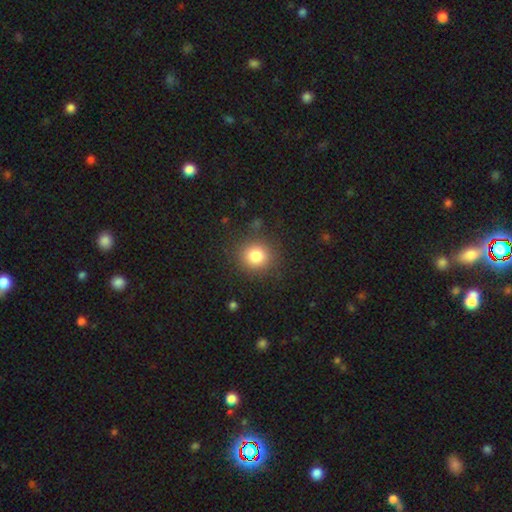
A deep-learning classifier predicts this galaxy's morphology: Overall: smooth (82%). How rounded: round (86%). Merging: none (86%).